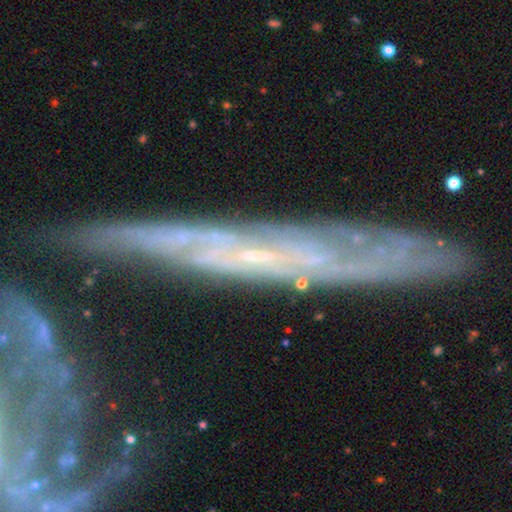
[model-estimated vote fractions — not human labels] A featured or disk galaxy (77%) viewed edge-on (64%).

Vote fractions:
- Smooth or featured? featured or disk: 77% / smooth: 14% / star or artifact: 9%
- Edge-on disk? yes: 64% / no: 36%
- Merging? none: 66% / minor disturbance: 20% / major disturbance: 7% / merger: 7%